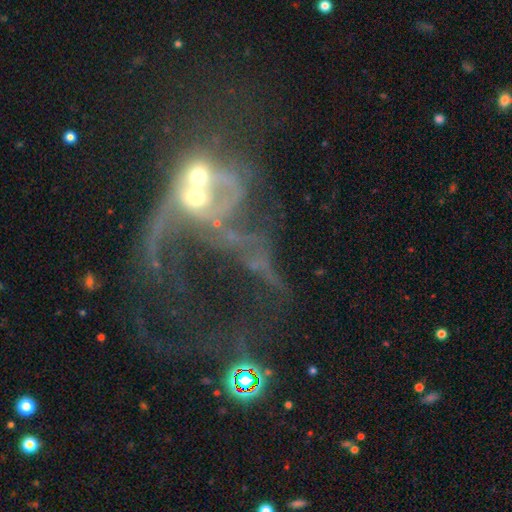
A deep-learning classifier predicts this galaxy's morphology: A featured or disk galaxy (67%) with no bar (74%), spiral arms (52%) and a moderate central bulge (48%). Merging: merger (62%).